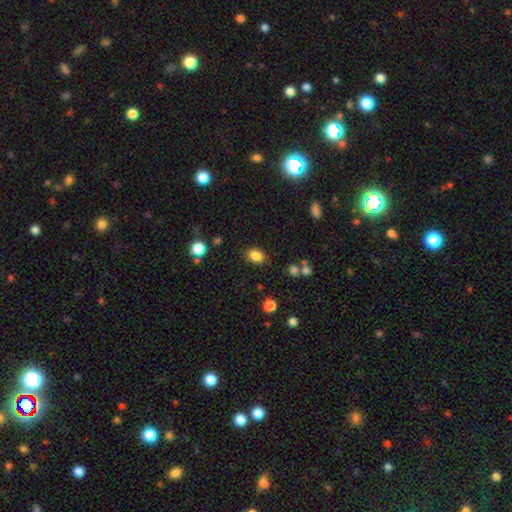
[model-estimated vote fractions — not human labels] smooth-or-featured: smooth: 84% | star or artifact: 10% | featured or disk: 6%
  how-rounded: in between: 70% | round: 29% | cigar-shaped: 1%
  merging: none: 85% | minor disturbance: 10% | major disturbance: 3% | merger: 2%